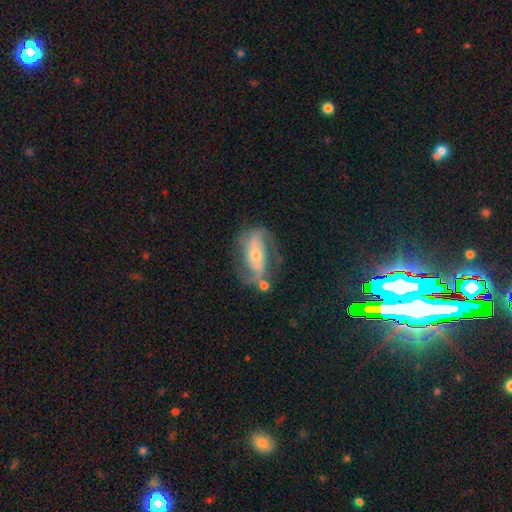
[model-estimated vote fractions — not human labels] Q: Smooth or featured?
A: featured or disk (79%); runner-up: smooth (15%)
Q: Edge-on disk?
A: no (93%); runner-up: yes (7%)
Q: Bar?
A: no (37%); runner-up: strong (34%)
Q: Spiral arms?
A: yes (90%); runner-up: no (10%)
Q: Spiral winding?
A: medium (44%); runner-up: loose (34%)
Q: Spiral arm count?
A: 2 (82%); runner-up: can't tell (8%)
Q: Bulge size?
A: small (49%); runner-up: moderate (44%)
Q: Merging?
A: none (58%); runner-up: minor disturbance (20%)